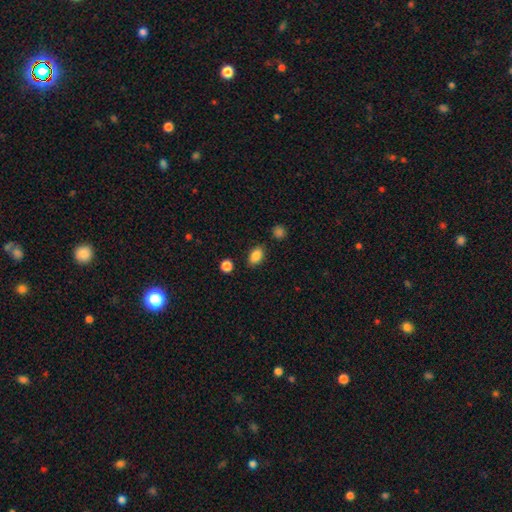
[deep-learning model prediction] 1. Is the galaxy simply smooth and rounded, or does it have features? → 87% smooth, 9% star or artifact, 4% featured or disk.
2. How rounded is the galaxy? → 85% in between, 13% round, 2% cigar-shaped.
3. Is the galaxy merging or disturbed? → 83% none, 11% minor disturbance, 3% major disturbance, 3% merger.